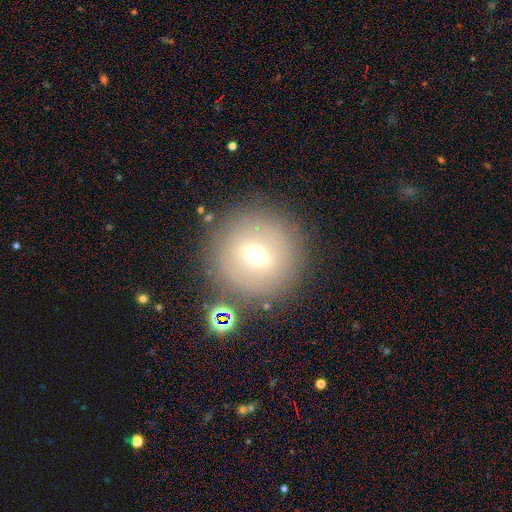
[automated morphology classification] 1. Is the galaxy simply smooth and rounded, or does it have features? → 44% featured or disk, 40% smooth, 16% star or artifact.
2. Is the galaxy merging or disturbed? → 82% none, 9% minor disturbance, 4% merger, 4% major disturbance.